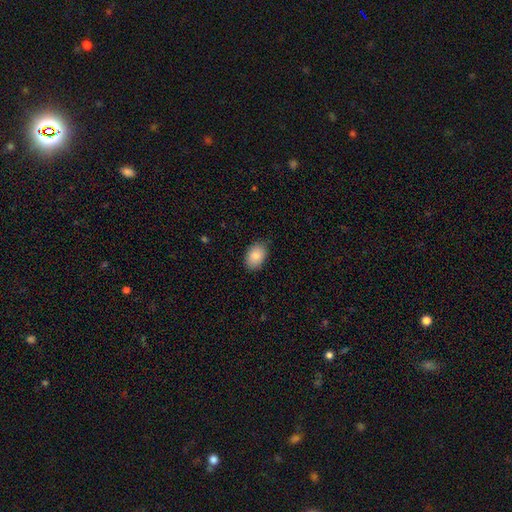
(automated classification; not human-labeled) This appears to be a smooth galaxy with no disk features (85%) that is in between round and cigar-shaped (83%). Merging: none (85%).